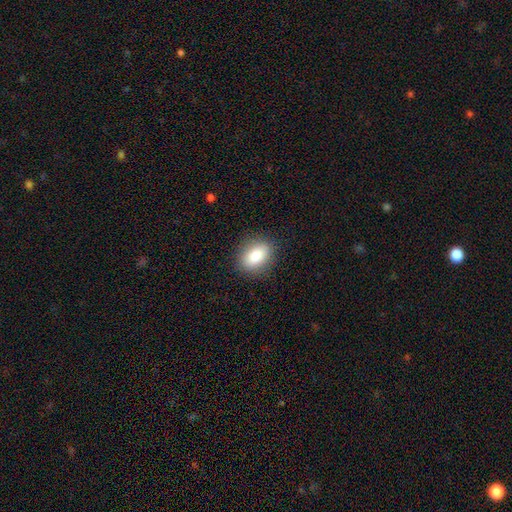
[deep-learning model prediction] Smooth or featured: smooth — 84% (featured or disk — 8%)
How rounded: in between — 76% (round — 22%)
Merging: none — 88% (minor disturbance — 9%)